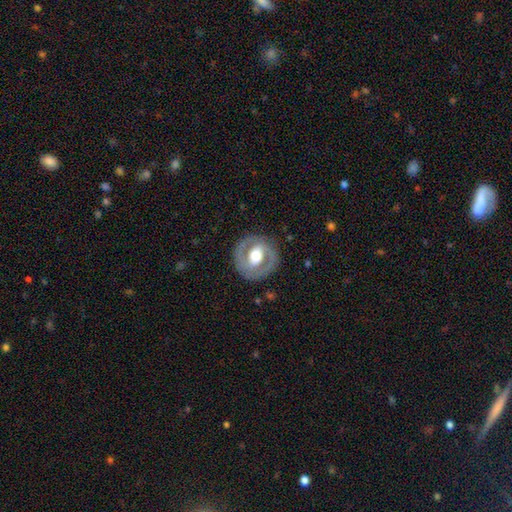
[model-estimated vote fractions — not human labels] Overall: featured or disk (73%). Edge-on disk: no (96%). Bar: weak (37%; no 35%). Spiral arms: yes (60%; no 40%). Bulge size: moderate (59%; large 33%). Merging: none (83%).